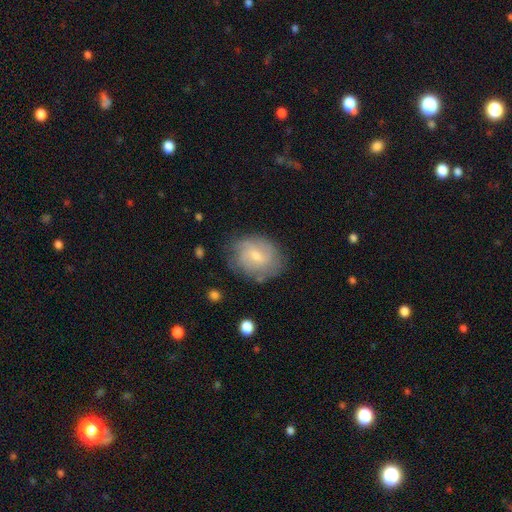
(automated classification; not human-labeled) Smooth or featured?
  - featured or disk: 56% *
  - smooth: 36%
  - star or artifact: 8%
Edge-on disk?
  - no: 97% *
  - yes: 3%
Bar?
  - no: 47% *
  - weak: 46%
  - strong: 7%
Spiral arms?
  - yes: 81% *
  - no: 19%
Bulge size?
  - small: 61% *
  - moderate: 34%
  - none: 3%
  - large: 2%
  - dominant: 1%
Merging?
  - none: 72% *
  - minor disturbance: 19%
  - major disturbance: 7%
  - merger: 2%